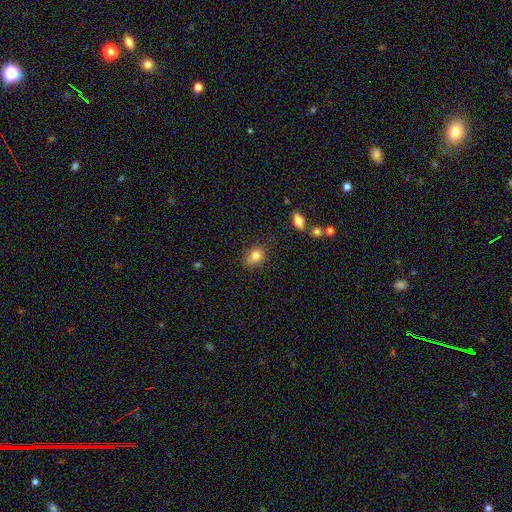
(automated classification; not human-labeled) Morphology: type=smooth (81%); roundness=round (57%); merging=none (71%).